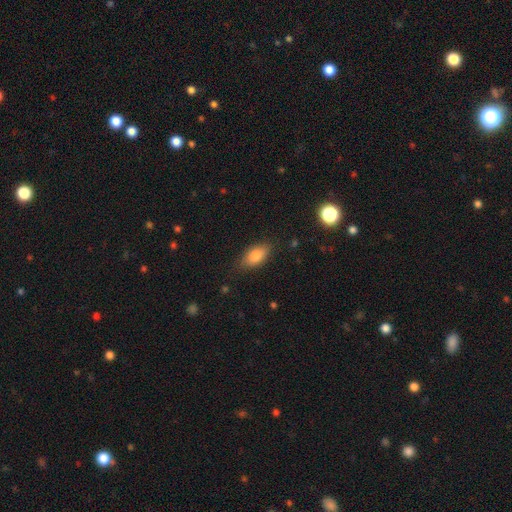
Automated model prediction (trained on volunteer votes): Smooth or featured: smooth — 81% (featured or disk — 11%)
How rounded: in between — 88% (cigar-shaped — 7%)
Merging: none — 80% (minor disturbance — 15%)